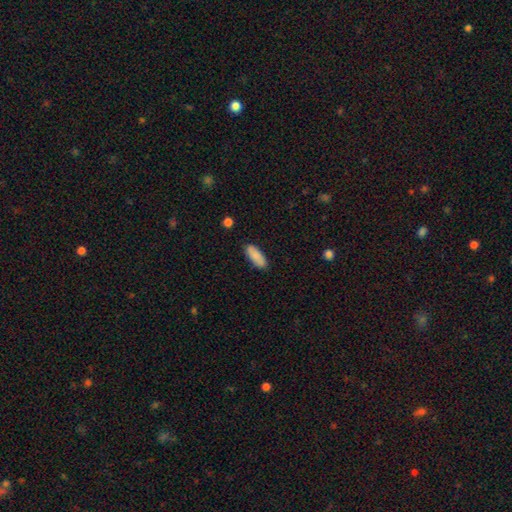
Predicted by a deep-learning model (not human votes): Overall: smooth (86%). How rounded: in between (76%). Merging: none (85%).